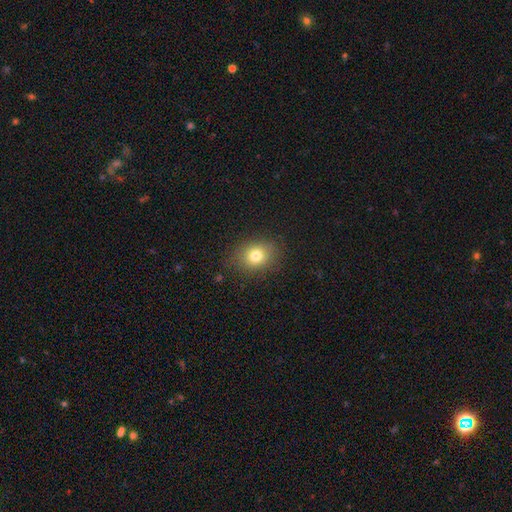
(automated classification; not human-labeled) A smooth galaxy with no disk features (78%) that is round (53%).

Vote fractions:
- Smooth or featured? smooth: 78% / star or artifact: 12% / featured or disk: 10%
- How rounded? round: 53% / in between: 46% / cigar-shaped: 1%
- Merging? none: 84% / minor disturbance: 11% / major disturbance: 4% / merger: 1%